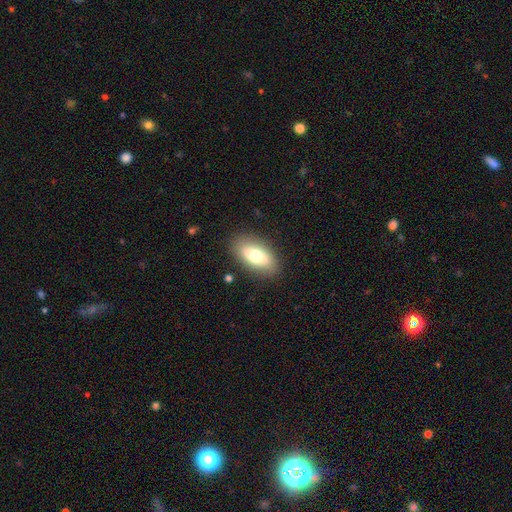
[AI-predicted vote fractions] A smooth galaxy with no disk features (71%) that is in between round and cigar-shaped (92%).

Vote fractions:
- Smooth or featured? smooth: 71% / featured or disk: 22% / star or artifact: 7%
- How rounded? in between: 92% / round: 5% / cigar-shaped: 4%
- Merging? none: 85% / minor disturbance: 11% / major disturbance: 3% / merger: 1%